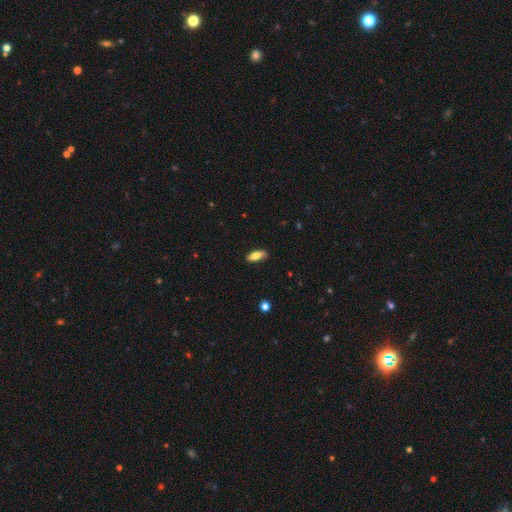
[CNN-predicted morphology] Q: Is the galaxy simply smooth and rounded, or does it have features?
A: smooth — 73%.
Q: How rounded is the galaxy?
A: in between — 77%.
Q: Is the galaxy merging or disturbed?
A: none — 83%.